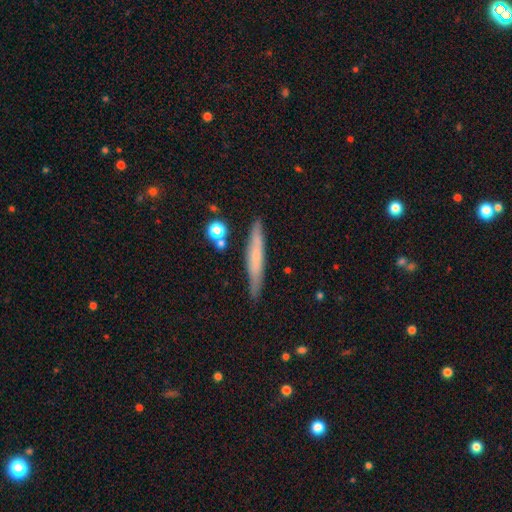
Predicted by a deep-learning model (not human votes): Smooth or featured? smooth (50%)
Merging? none (85%)